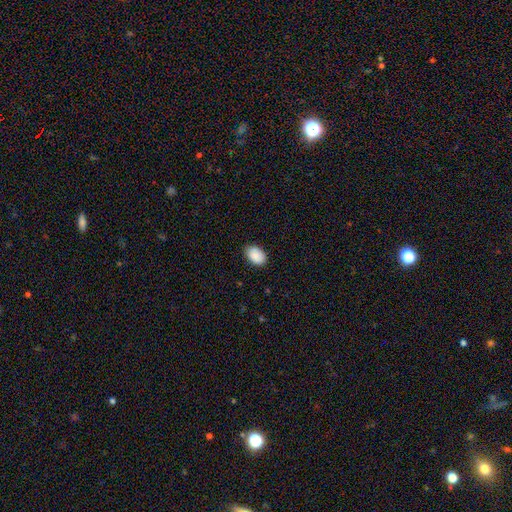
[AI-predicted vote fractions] Q: Smooth or featured?
A: smooth (89%); runner-up: star or artifact (6%)
Q: How rounded?
A: in between (89%); runner-up: round (10%)
Q: Merging?
A: none (85%); runner-up: minor disturbance (12%)